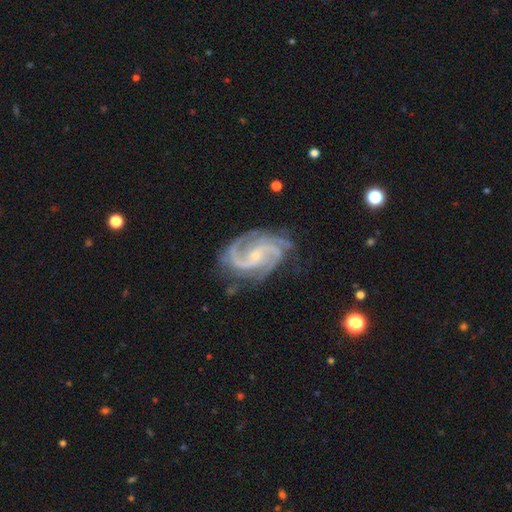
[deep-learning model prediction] Morphology: type=featured or disk (92%); edge-on=no (98%); bar=no (46%); spiral arms=yes (99%); winding=medium (56%); arm count=2 (51%); bulge=small (77%); merging=none (70%).